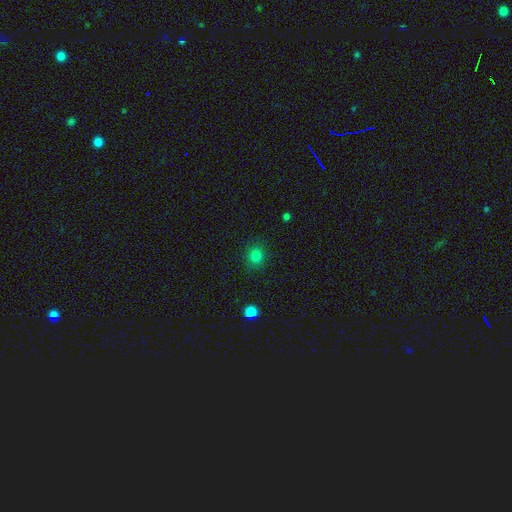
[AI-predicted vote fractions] Morphology: type=smooth (82%); roundness=round (78%); merging=none (86%).